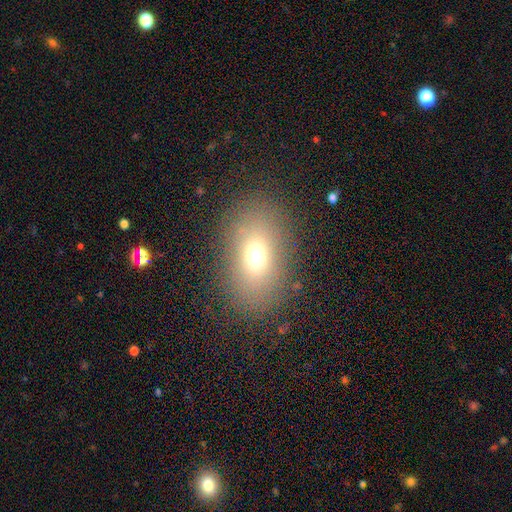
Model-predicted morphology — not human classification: The model was most divided on "smooth or featured": smooth: 70%, featured or disk: 16%, star or artifact: 14%. More confident: merging — none (84%); how rounded — in between (82%).